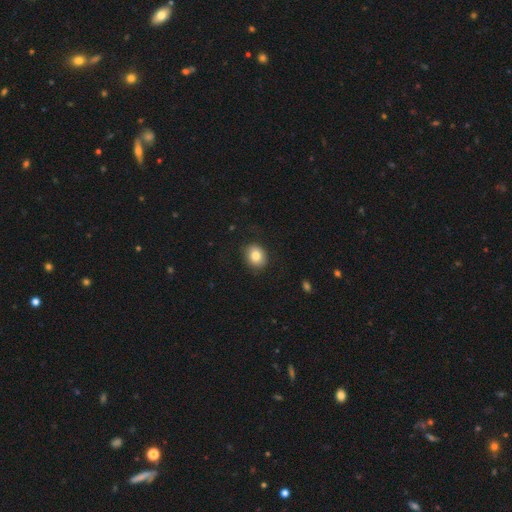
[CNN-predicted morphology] Overall: smooth (82%). How rounded: round (60%; in between 39%). Merging: none (85%).